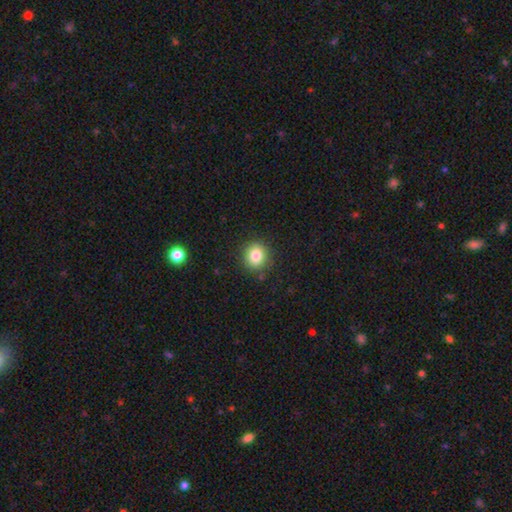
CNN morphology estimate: Smooth or featured?
  - smooth: 83% *
  - star or artifact: 11%
  - featured or disk: 7%
How rounded?
  - round: 84% *
  - in between: 15%
  - cigar-shaped: 1%
Merging?
  - none: 88% *
  - minor disturbance: 8%
  - major disturbance: 2%
  - merger: 1%